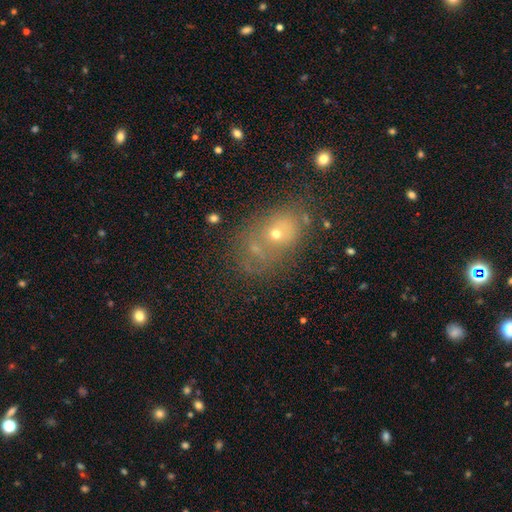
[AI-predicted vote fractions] smooth 46%, star or artifact 30%, featured or disk 23%. Down the decision tree: merging — none (50%).